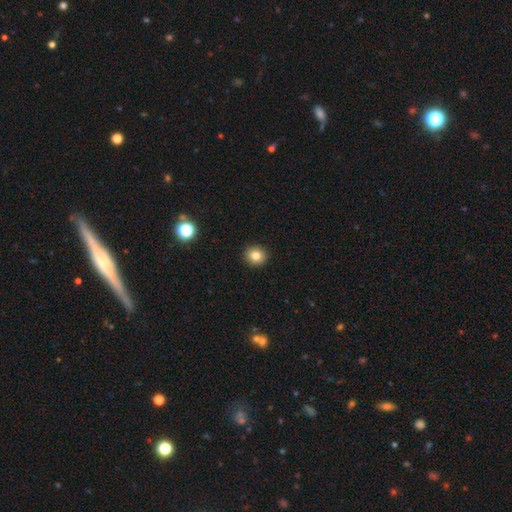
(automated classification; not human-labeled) Smooth or featured: smooth — 81% (star or artifact — 12%)
How rounded: round — 88% (in between — 11%)
Merging: none — 93% (minor disturbance — 5%)